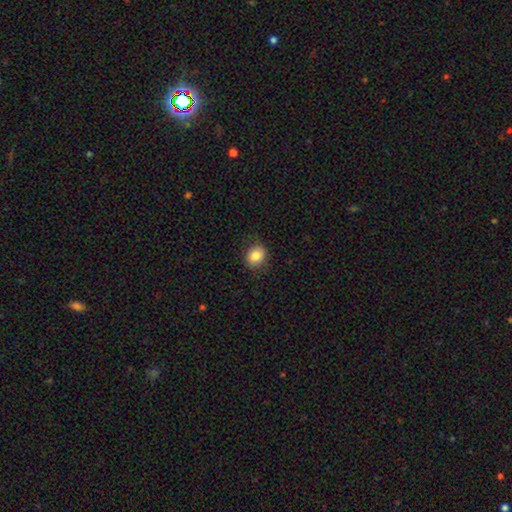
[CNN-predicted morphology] The model was most divided on "how rounded": round: 65%, in between: 34%, cigar-shaped: 1%. More confident: merging — none (84%); smooth or featured — smooth (84%).